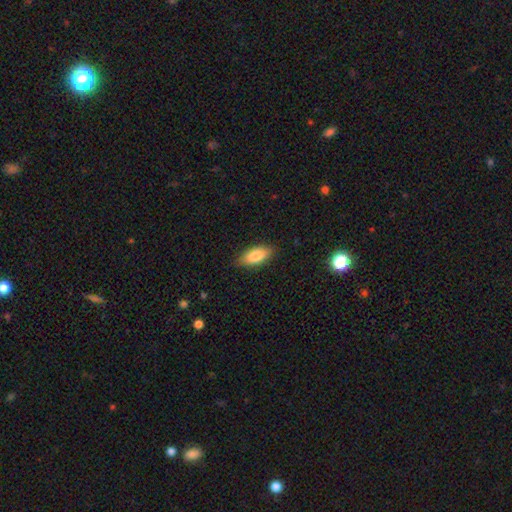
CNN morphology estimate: This is clearly a smooth galaxy (82%). How rounded: clearly in between (84%). Merging: clearly none (84%).